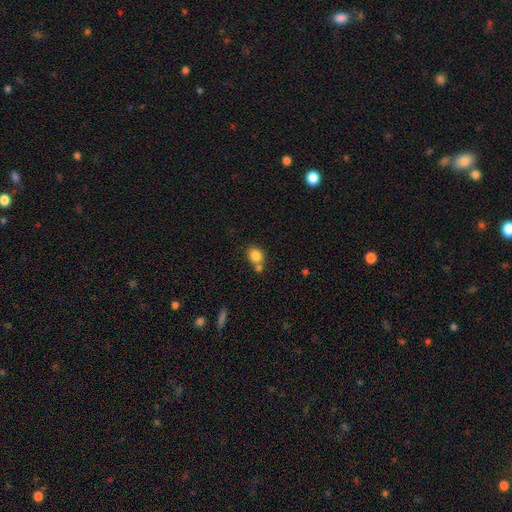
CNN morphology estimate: The model was most divided on "merging": none: 52%, merger: 31%, minor disturbance: 12%, major disturbance: 4%. More confident: smooth or featured — smooth (83%); how rounded — round (65%).